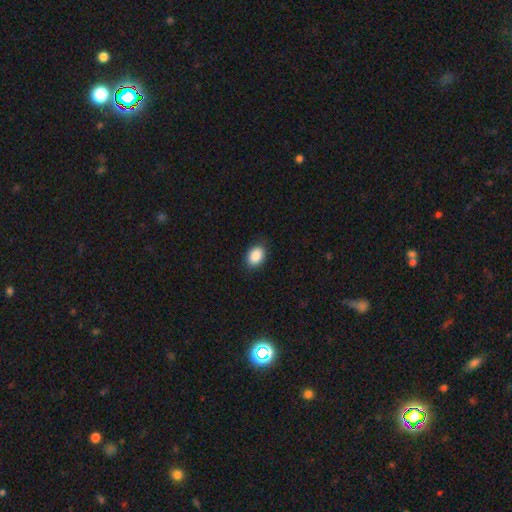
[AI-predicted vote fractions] smooth-or-featured: smooth: 90% | star or artifact: 7% | featured or disk: 3%
  how-rounded: in between: 82% | round: 17% | cigar-shaped: 1%
  merging: none: 87% | minor disturbance: 10% | major disturbance: 2% | merger: 1%